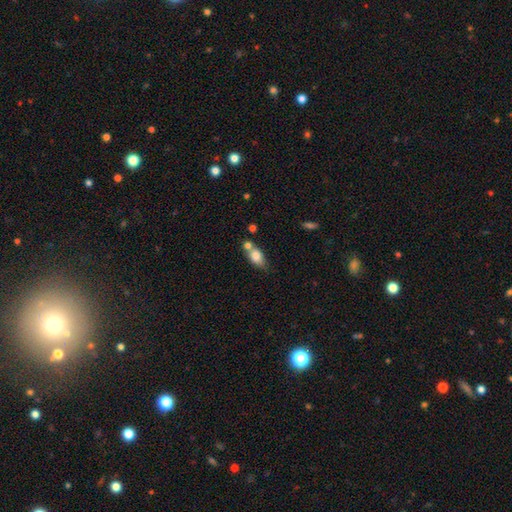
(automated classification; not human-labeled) Smooth or featured? smooth (78%)
How rounded? in between (79%)
Merging? none (45%)